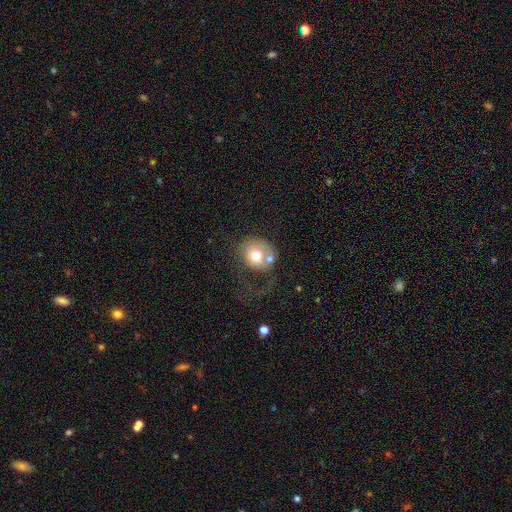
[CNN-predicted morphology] smooth 63%, featured or disk 28%, star or artifact 9%. Down the decision tree: how rounded — round (71%); merging — major disturbance (32%).